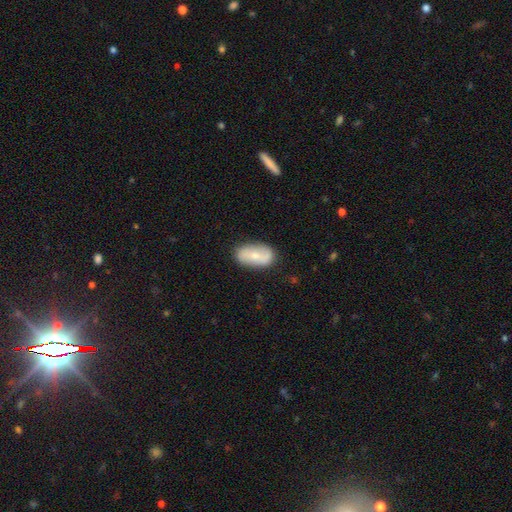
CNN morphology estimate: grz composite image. It shows a smooth galaxy with no disk features (55%) that is in between round and cigar-shaped (92%). Merging: none (81%).